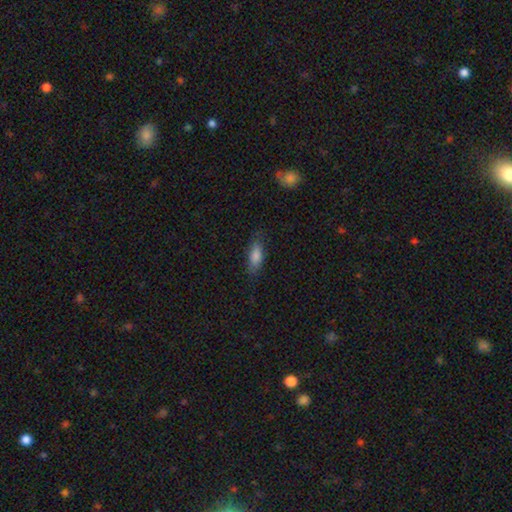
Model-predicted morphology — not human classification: Overall: smooth (80%). How rounded: in between (71%). Merging: none (78%).